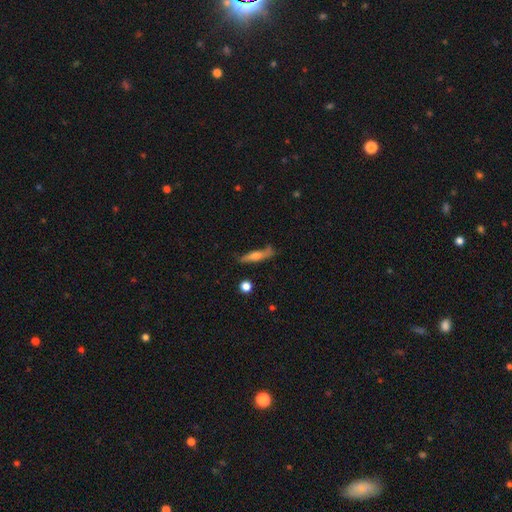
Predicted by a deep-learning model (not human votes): smooth-or-featured: smooth: 49% | featured or disk: 44% | star or artifact: 7%
  merging: none: 67% | minor disturbance: 23% | major disturbance: 6% | merger: 4%